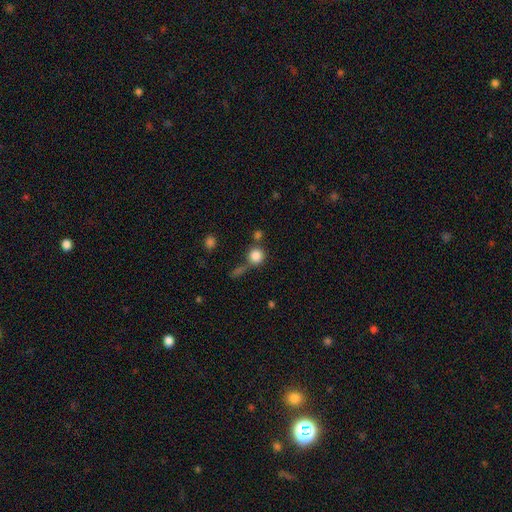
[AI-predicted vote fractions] A smooth galaxy with no disk features (84%) that is round (91%). Merging: none (65%).